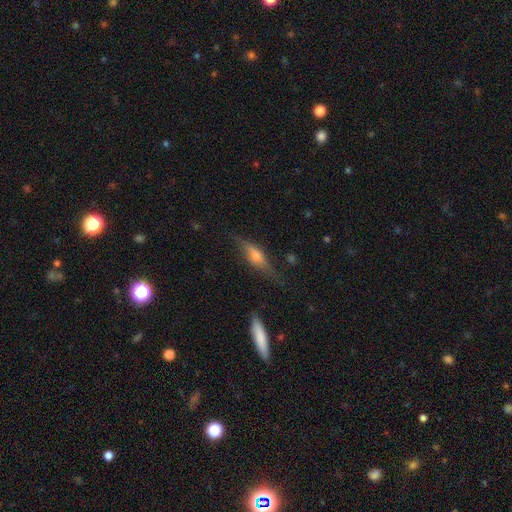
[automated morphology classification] Smooth or featured?
  - featured or disk: 63% *
  - smooth: 29%
  - star or artifact: 8%
Edge-on disk?
  - yes: 90% *
  - no: 10%
Edge-on bulge?
  - rounded: 87% *
  - boxy: 9%
  - none: 4%
Merging?
  - none: 73% *
  - minor disturbance: 19%
  - major disturbance: 6%
  - merger: 2%